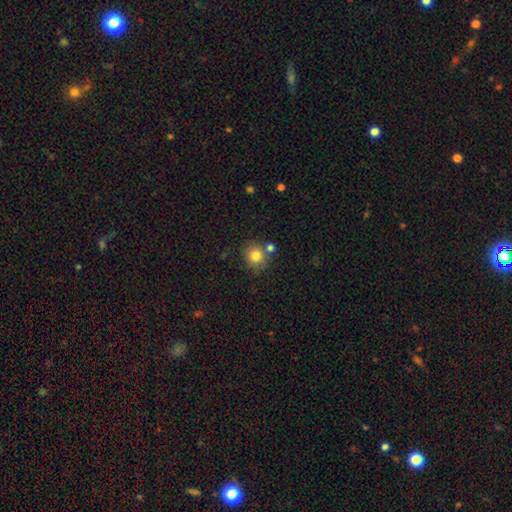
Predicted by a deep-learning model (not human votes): This appears to be a smooth galaxy with no disk features (81%) that is round (87%). Merging: none (69%).